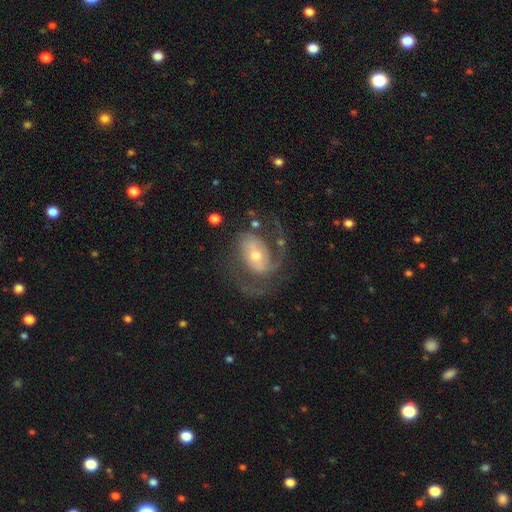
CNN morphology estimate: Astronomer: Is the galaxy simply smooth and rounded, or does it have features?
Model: featured or disk — 85%.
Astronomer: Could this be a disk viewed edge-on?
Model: no — 97%.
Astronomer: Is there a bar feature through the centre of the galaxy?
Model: weak — 41% (runner-up: no, 40%).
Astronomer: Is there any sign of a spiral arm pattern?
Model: yes — 93%.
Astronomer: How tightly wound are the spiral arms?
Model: medium — 52%.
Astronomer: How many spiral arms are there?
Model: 2 — 69%.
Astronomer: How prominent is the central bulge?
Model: moderate — 53% (runner-up: small, 39%).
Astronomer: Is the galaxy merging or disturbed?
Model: none — 57%.